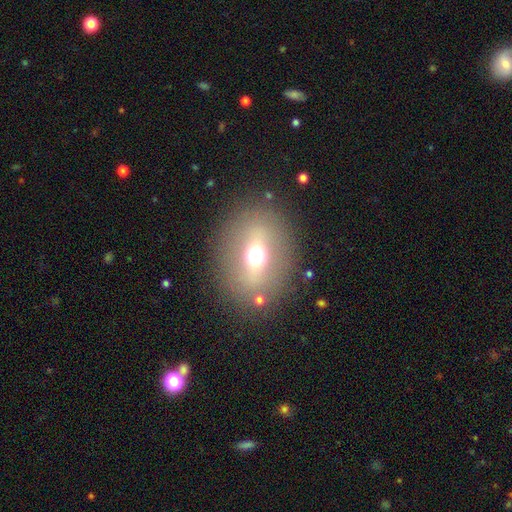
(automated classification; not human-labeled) Smooth or featured? Predicted: smooth (p=0.52). How rounded? Predicted: in between (p=0.50). Merging? Predicted: none (p=0.83).